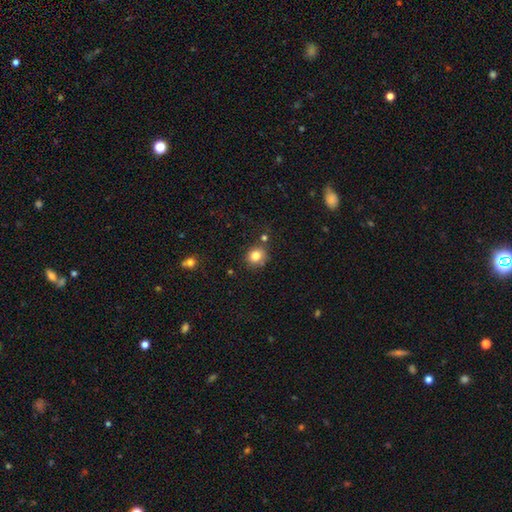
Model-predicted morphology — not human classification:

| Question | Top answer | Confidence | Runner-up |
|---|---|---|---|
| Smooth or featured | smooth | 81% | star or artifact (11%) |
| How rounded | round | 80% | in between (19%) |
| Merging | none | 76% | minor disturbance (13%) |